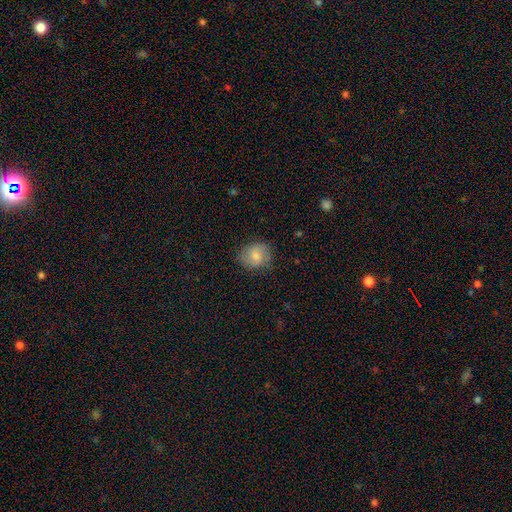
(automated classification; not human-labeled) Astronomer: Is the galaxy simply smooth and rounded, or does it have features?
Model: smooth — 75%.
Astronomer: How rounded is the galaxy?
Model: round — 74%.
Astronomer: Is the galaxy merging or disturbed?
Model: none — 75%.